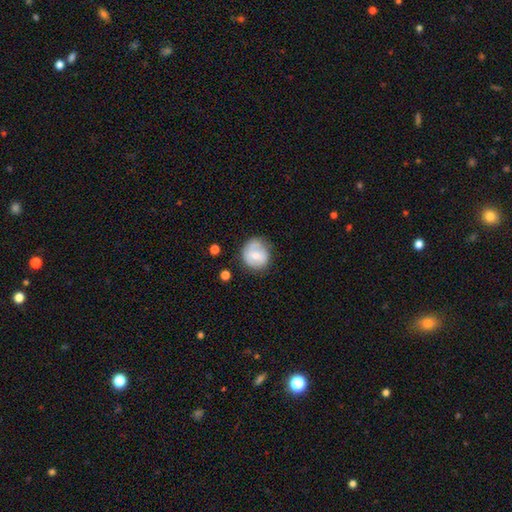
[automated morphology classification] Smooth or featured? smooth (55%)
How rounded? round (82%)
Merging? none (61%)